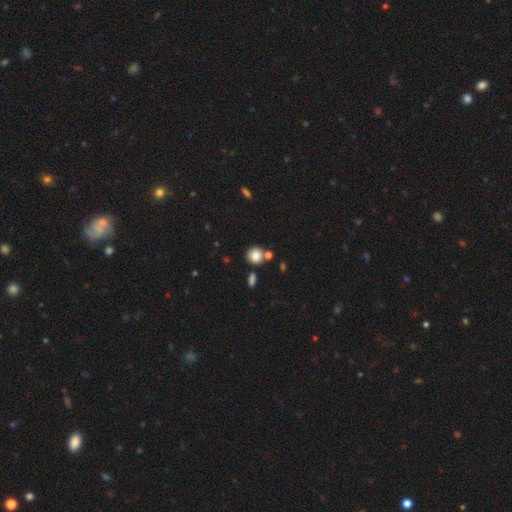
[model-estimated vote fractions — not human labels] A smooth galaxy with no disk features (83%) that is round (88%). Merging: none (69%).